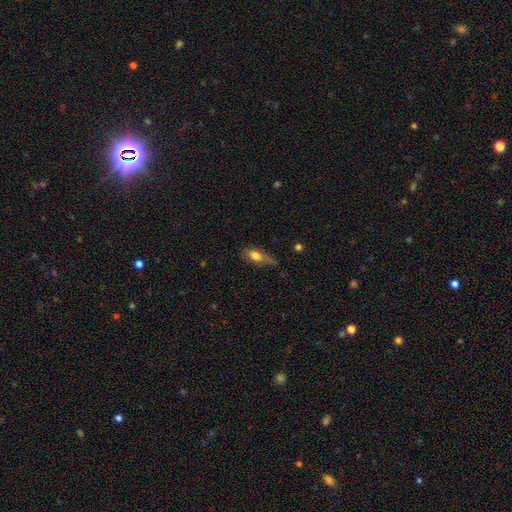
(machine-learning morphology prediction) type=smooth (67%); roundness=in between (67%); merging=none (45%).